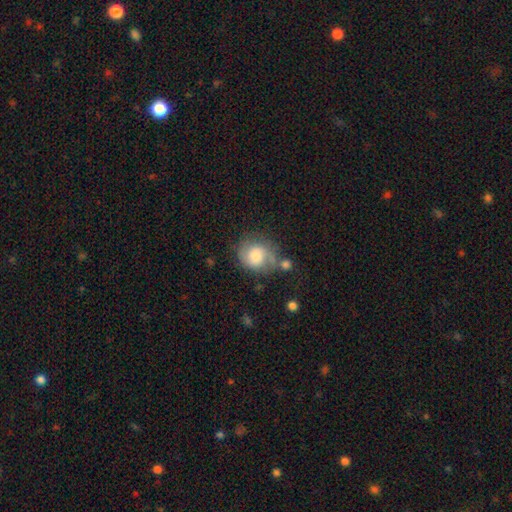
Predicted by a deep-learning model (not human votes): Smooth or featured: smooth — 57% (featured or disk — 35%)
How rounded: round — 73% (in between — 26%)
Merging: none — 49% (minor disturbance — 26%)